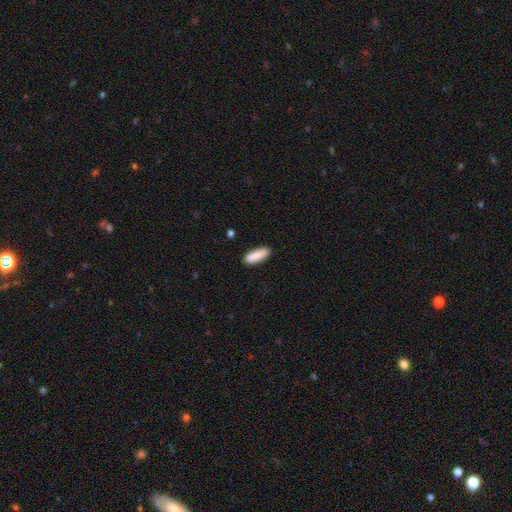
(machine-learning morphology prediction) Smooth or featured?
  - smooth: 89% *
  - star or artifact: 6%
  - featured or disk: 5%
How rounded?
  - in between: 56% *
  - cigar-shaped: 43%
  - round: 2%
Merging?
  - none: 88% *
  - minor disturbance: 9%
  - major disturbance: 2%
  - merger: 1%